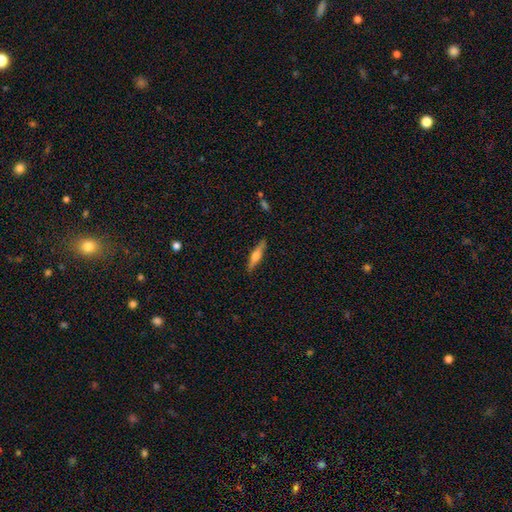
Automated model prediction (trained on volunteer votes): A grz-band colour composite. It shows a featured or disk galaxy (53%) viewed edge-on (96%) with a rounded central bulge (83%). Merging: none (89%).